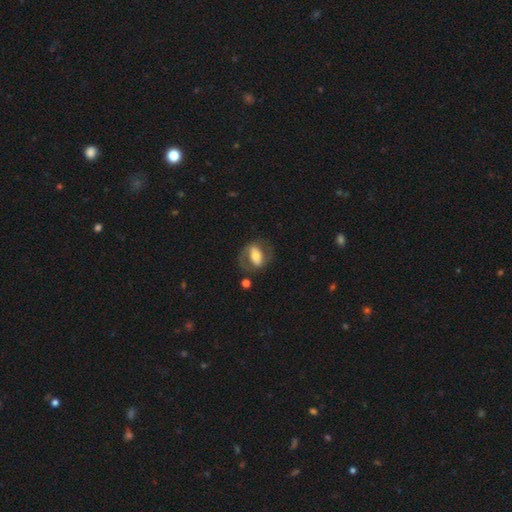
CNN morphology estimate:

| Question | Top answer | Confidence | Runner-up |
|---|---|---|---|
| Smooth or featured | featured or disk | 55% | smooth (38%) |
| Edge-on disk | no | 91% | yes (9%) |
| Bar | strong | 48% | no (26%) |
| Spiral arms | yes | 56% | no (44%) |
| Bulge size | moderate | 55% | small (22%) |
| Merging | none | 61% | minor disturbance (18%) |